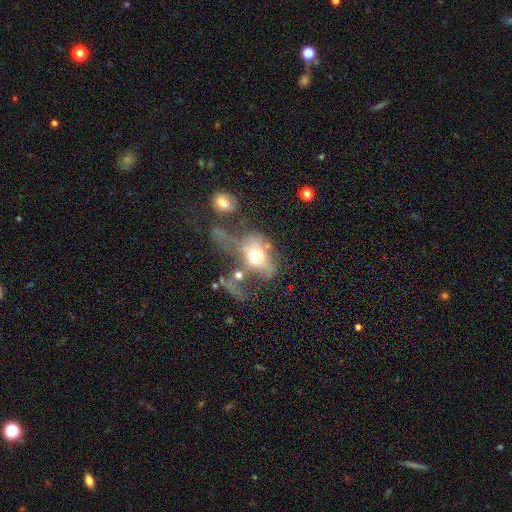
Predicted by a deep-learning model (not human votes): A smooth galaxy with no disk features (47%).

Vote fractions:
- Smooth or featured? smooth: 47% / featured or disk: 40% / star or artifact: 13%
- Merging? major disturbance: 46% / merger: 30% / none: 14% / minor disturbance: 10%